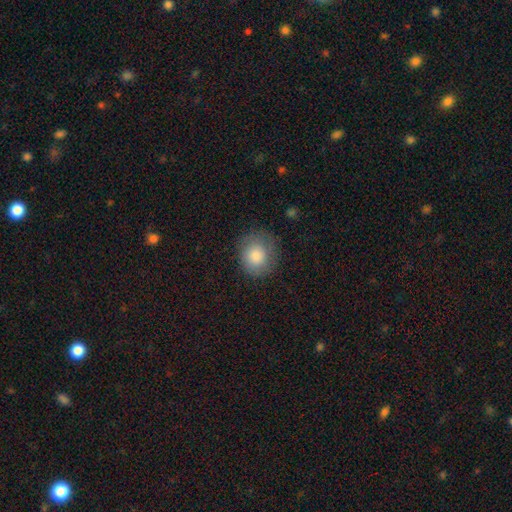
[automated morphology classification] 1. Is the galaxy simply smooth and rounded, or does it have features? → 83% smooth, 9% featured or disk, 8% star or artifact.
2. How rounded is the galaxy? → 83% round, 16% in between, 1% cigar-shaped.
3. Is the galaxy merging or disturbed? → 78% none, 16% minor disturbance, 5% major disturbance, 1% merger.